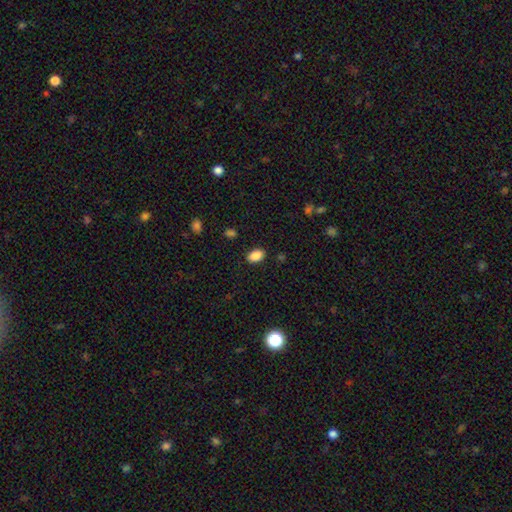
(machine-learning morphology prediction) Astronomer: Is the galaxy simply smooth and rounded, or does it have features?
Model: smooth — 87%.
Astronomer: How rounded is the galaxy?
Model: in between — 89%.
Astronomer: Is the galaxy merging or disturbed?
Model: none — 87%.